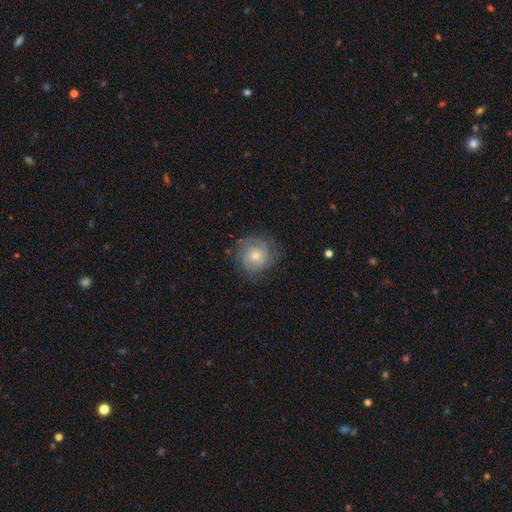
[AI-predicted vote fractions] smooth_or_featured: featured or disk (p=0.54) [alt: smooth p=0.38]
disk_edge_on: no (p=0.97) [alt: yes p=0.03]
bar: no (p=0.80) [alt: weak p=0.17]
has_spiral_arms: yes (p=0.82) [alt: no p=0.18]
bulge_size: small (p=0.54) [alt: moderate p=0.40]
merging: none (p=0.75) [alt: minor disturbance p=0.16]